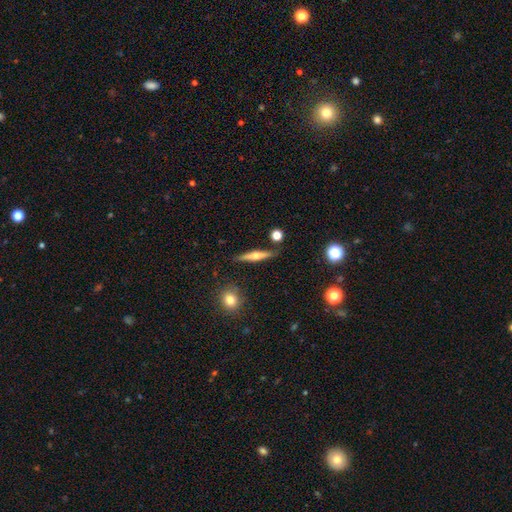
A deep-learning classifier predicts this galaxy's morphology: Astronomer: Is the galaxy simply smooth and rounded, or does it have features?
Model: featured or disk — 58% (runner-up: smooth, 35%).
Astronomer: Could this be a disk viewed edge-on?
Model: yes — 96%.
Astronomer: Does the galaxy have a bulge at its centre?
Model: rounded — 85%.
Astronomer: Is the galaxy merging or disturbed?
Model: none — 85%.